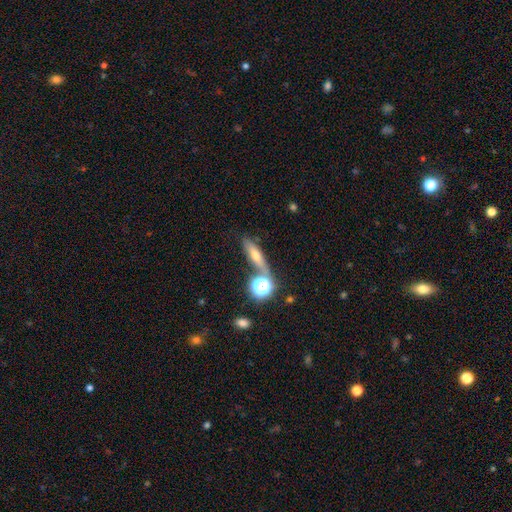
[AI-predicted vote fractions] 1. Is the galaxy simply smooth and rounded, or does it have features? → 41% featured or disk (tied), 41% smooth (tied), 18% star or artifact.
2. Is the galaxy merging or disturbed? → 68% none, 14% merger, 12% minor disturbance, 5% major disturbance.